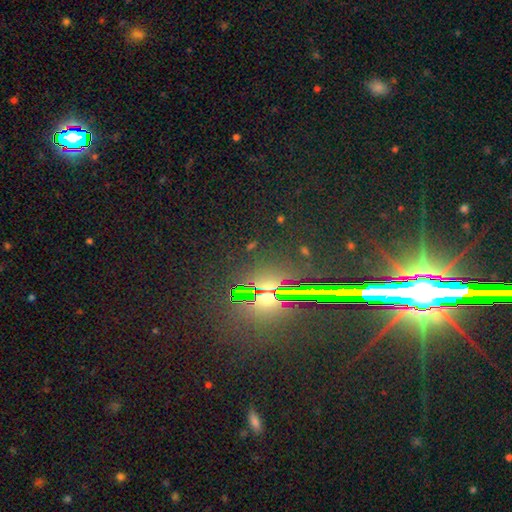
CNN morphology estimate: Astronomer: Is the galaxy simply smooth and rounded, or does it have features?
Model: star or artifact — 80%.